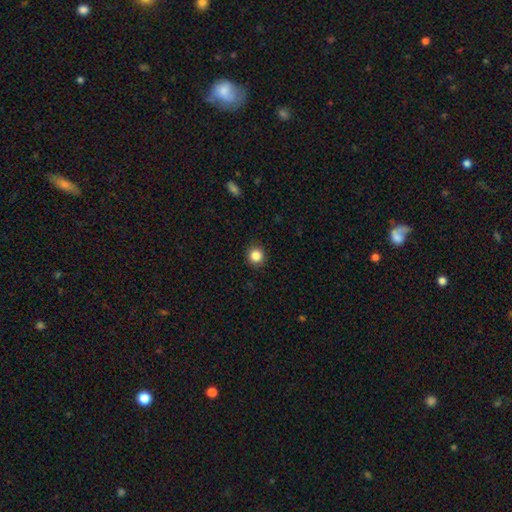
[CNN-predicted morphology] The model was most divided on "smooth or featured": smooth: 86%, star or artifact: 11%, featured or disk: 4%. More confident: how rounded — round (92%); merging — none (91%).